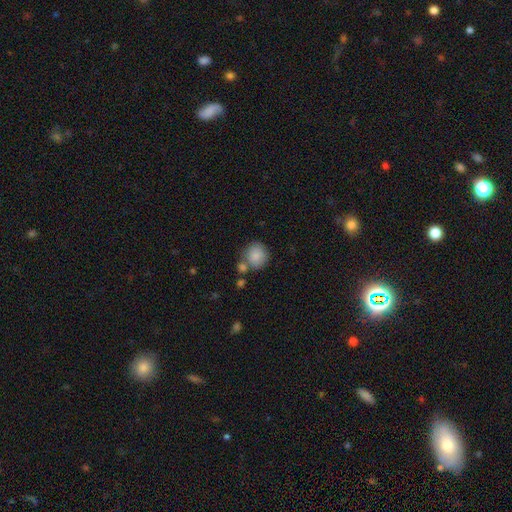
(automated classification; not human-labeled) The model was most divided on "merging": none: 61%, merger: 21%, minor disturbance: 13%, major disturbance: 4%. More confident: how rounded — round (88%); smooth or featured — smooth (85%).